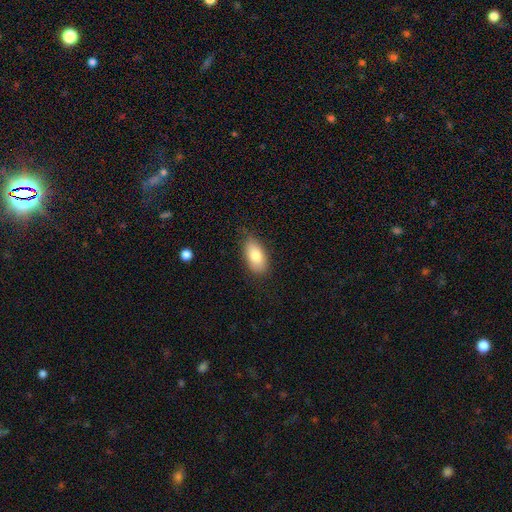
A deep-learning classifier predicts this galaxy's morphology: Smooth or featured?
  - smooth: 81% *
  - featured or disk: 12%
  - star or artifact: 7%
How rounded?
  - in between: 92% *
  - round: 5%
  - cigar-shaped: 3%
Merging?
  - none: 77% *
  - minor disturbance: 18%
  - major disturbance: 4%
  - merger: 1%